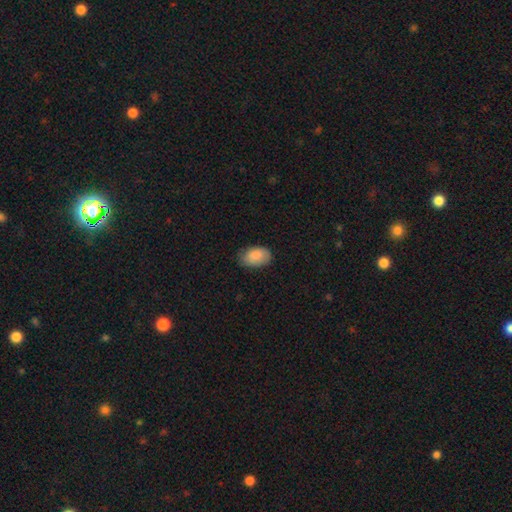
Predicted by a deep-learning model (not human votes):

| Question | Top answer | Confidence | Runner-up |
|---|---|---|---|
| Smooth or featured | smooth | 86% | featured or disk (8%) |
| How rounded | in between | 90% | round (9%) |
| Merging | none | 73% | minor disturbance (22%) |